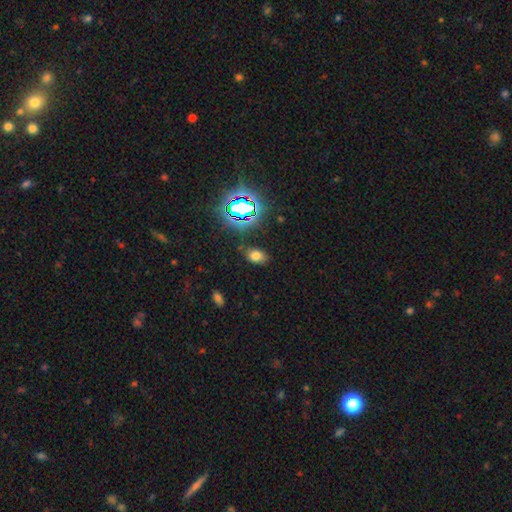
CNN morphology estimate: Overall: smooth (67%). How rounded: in between (82%). Merging: none (80%).